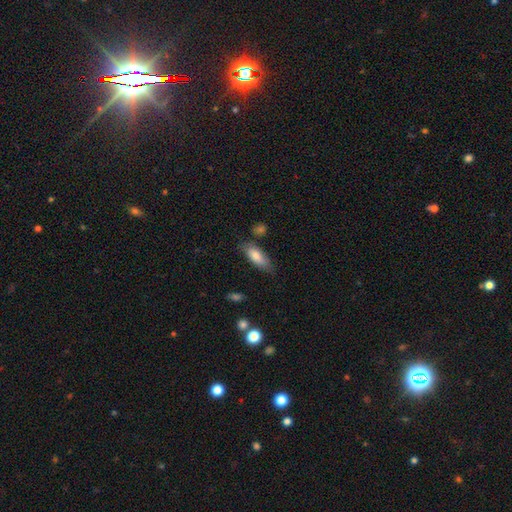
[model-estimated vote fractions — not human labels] A smooth galaxy with no disk features (79%) that is in between round and cigar-shaped (71%).

Vote fractions:
- Smooth or featured? smooth: 79% / featured or disk: 15% / star or artifact: 6%
- How rounded? in between: 71% / cigar-shaped: 27% / round: 2%
- Merging? none: 72% / minor disturbance: 19% / merger: 5% / major disturbance: 4%